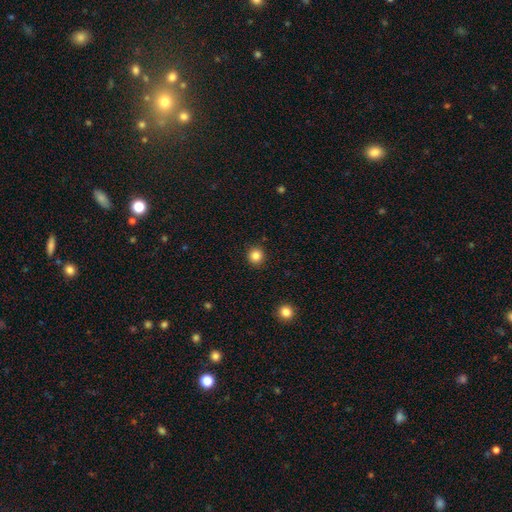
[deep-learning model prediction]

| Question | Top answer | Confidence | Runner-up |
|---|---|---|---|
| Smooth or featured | smooth | 84% | star or artifact (12%) |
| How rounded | round | 94% | in between (5%) |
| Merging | none | 92% | minor disturbance (5%) |